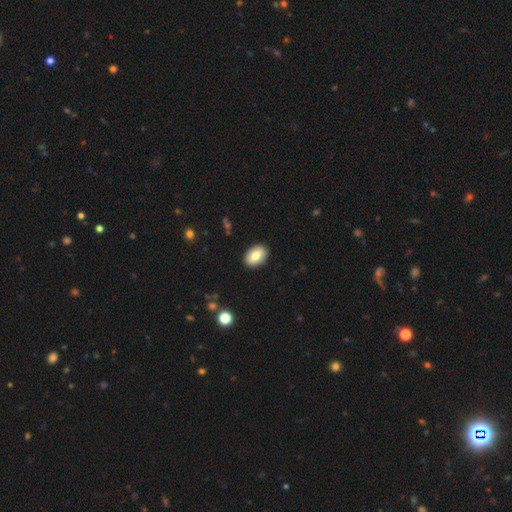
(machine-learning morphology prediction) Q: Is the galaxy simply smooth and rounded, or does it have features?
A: smooth — 80%.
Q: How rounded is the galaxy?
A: in between — 86%.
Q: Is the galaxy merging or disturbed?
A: none — 90%.